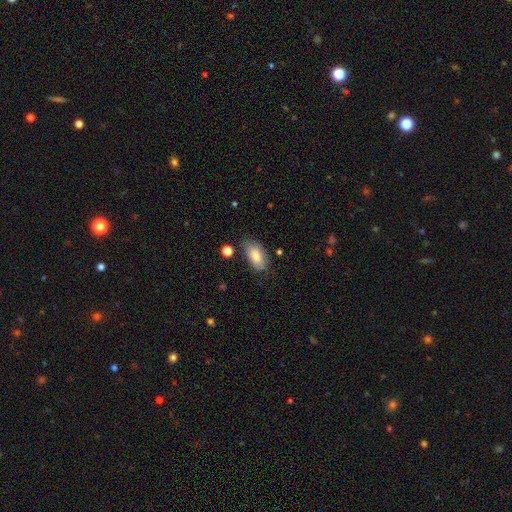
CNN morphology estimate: smooth 76%, featured or disk 17%, star or artifact 7%. Down the decision tree: how rounded — in between (93%); merging — none (68%).